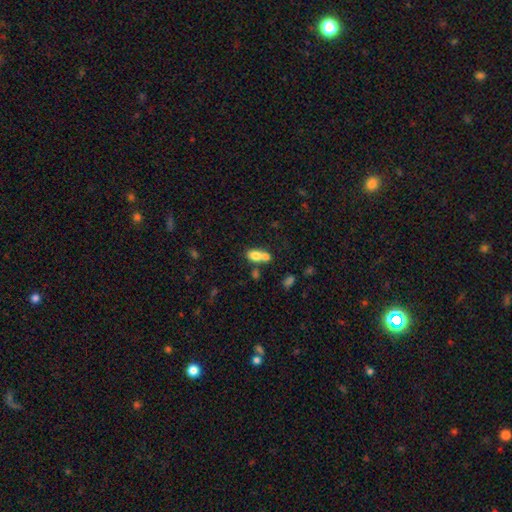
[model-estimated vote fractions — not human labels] A smooth galaxy with no disk features (74%) that is in between round and cigar-shaped (75%). Merging: merger (59%).